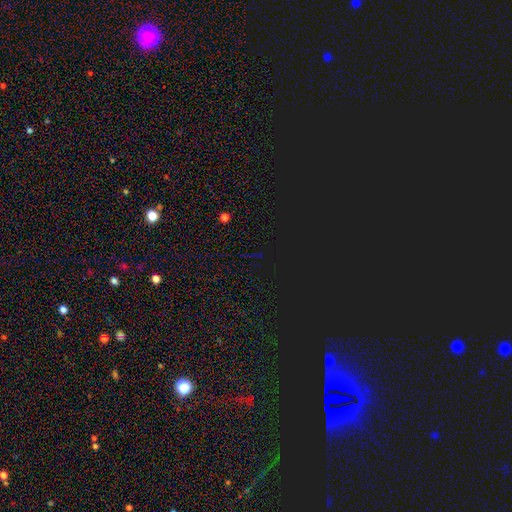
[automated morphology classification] type=star or artifact (79%).